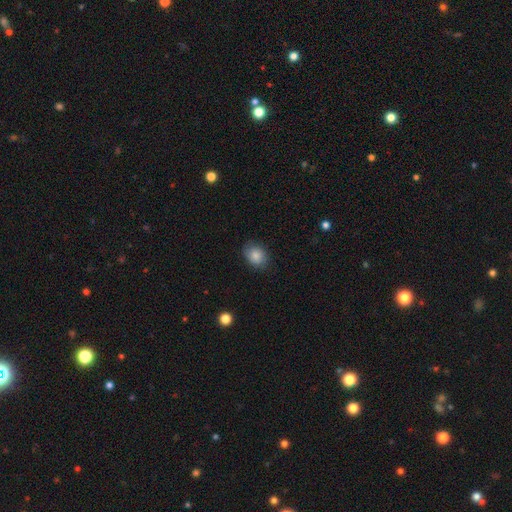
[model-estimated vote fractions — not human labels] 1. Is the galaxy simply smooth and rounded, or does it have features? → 84% smooth, 8% star or artifact, 8% featured or disk.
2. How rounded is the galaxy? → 65% in between, 34% round, 1% cigar-shaped.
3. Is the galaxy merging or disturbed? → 80% none, 16% minor disturbance, 3% major disturbance, 1% merger.